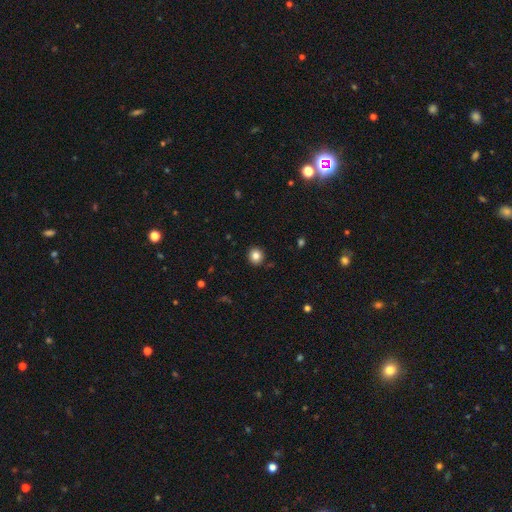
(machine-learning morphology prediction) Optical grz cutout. It shows a smooth galaxy with no disk features (84%) that is round (87%). Merging: none (91%).